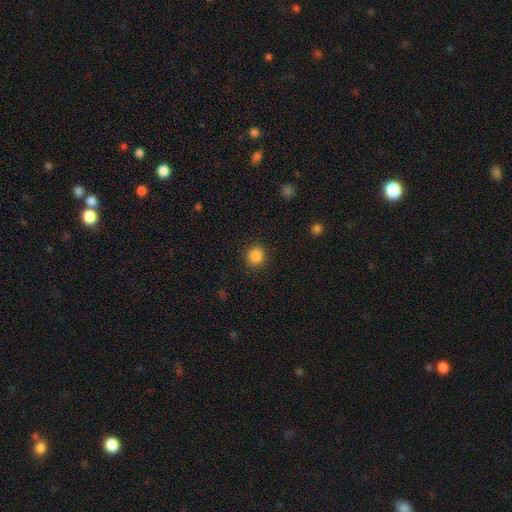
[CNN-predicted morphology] This appears to be a smooth galaxy with no disk features (86%) that is round (88%). Merging: none (91%).